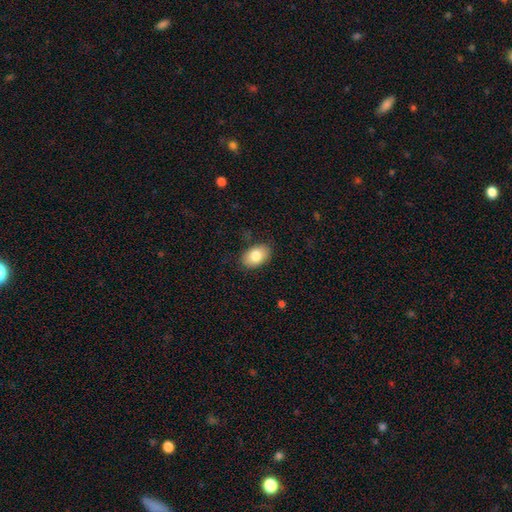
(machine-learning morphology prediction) Smooth or featured? Predicted: smooth (p=0.81). How rounded? Predicted: in between (p=0.89). Merging? Predicted: none (p=0.84).